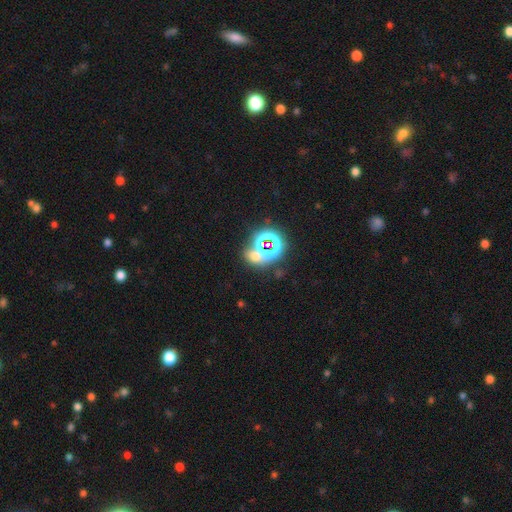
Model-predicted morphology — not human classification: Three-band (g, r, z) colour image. It shows a star or artifact, not a galaxy (53%).